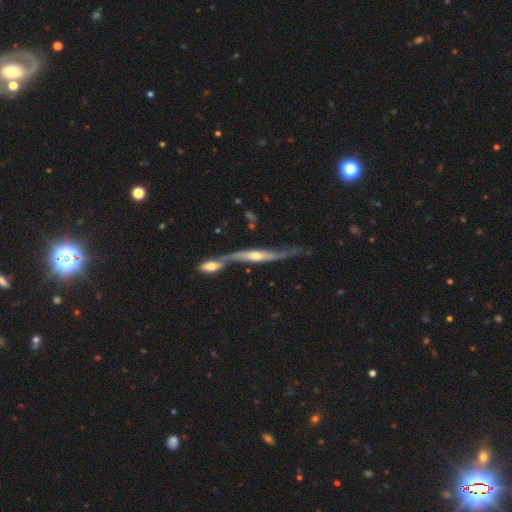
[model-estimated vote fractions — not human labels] Morphology: type=featured or disk (74%); edge-on=yes (71%); edge-on bulge=rounded (84%); merging=merger (49%).